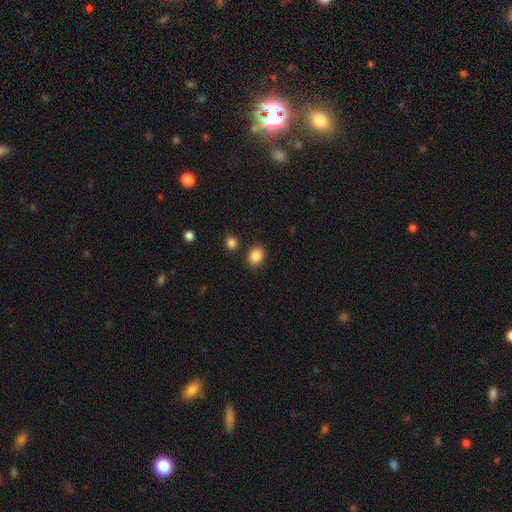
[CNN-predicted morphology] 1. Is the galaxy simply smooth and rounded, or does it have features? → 87% smooth, 9% star or artifact, 4% featured or disk.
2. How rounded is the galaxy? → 54% in between, 45% round, 1% cigar-shaped.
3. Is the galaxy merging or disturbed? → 84% none, 9% minor disturbance, 4% merger, 3% major disturbance.